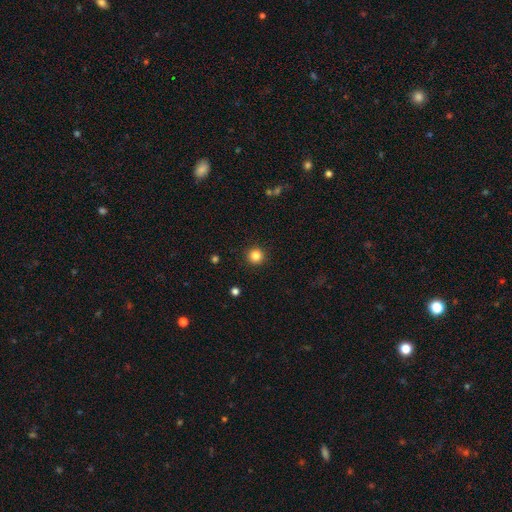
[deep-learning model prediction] A smooth galaxy with no disk features (84%) that is round (95%). Merging: none (92%).